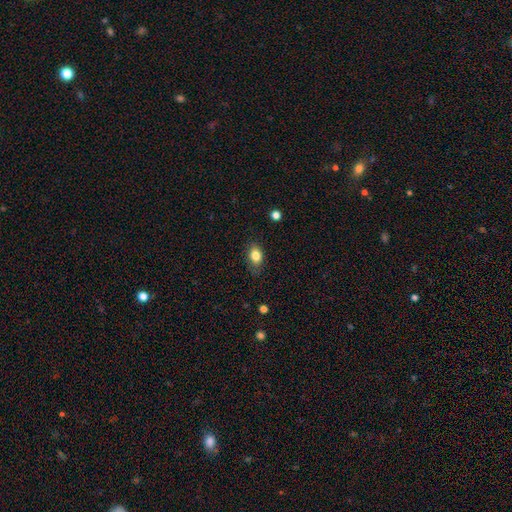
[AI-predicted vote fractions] smooth-or-featured: smooth: 82% | featured or disk: 9% | star or artifact: 9%
  how-rounded: in between: 80% | round: 18% | cigar-shaped: 2%
  merging: none: 75% | minor disturbance: 19% | major disturbance: 5% | merger: 1%